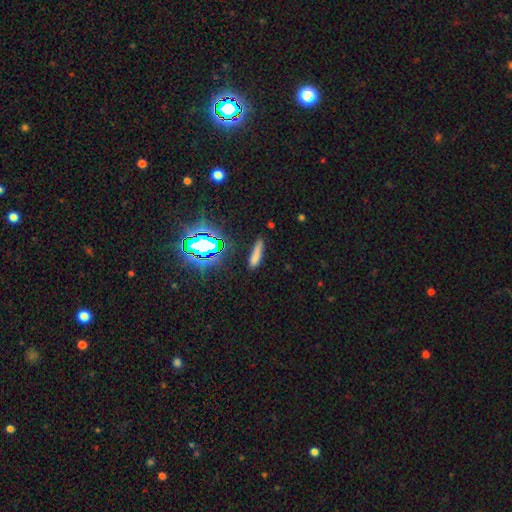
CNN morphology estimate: Q: Smooth or featured?
A: smooth (69%); runner-up: star or artifact (22%)
Q: How rounded?
A: cigar-shaped (78%); runner-up: in between (20%)
Q: Merging?
A: none (79%); runner-up: minor disturbance (14%)